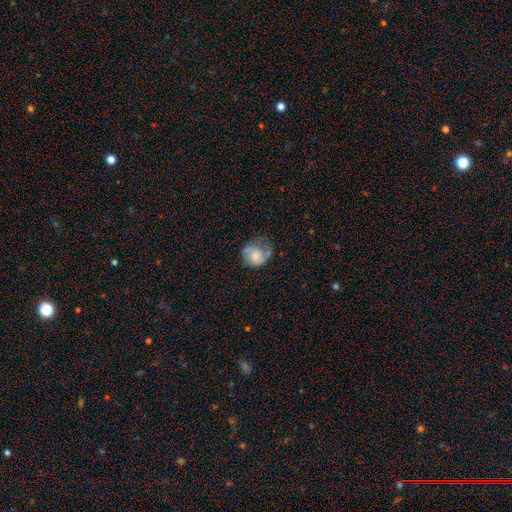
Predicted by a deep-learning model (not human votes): A smooth galaxy with no disk features (51%) that is round (68%).

Vote fractions:
- Smooth or featured? smooth: 51% / featured or disk: 40% / star or artifact: 9%
- How rounded? round: 68% / in between: 31% / cigar-shaped: 1%
- Merging? none: 39% / minor disturbance: 31% / major disturbance: 24% / merger: 5%